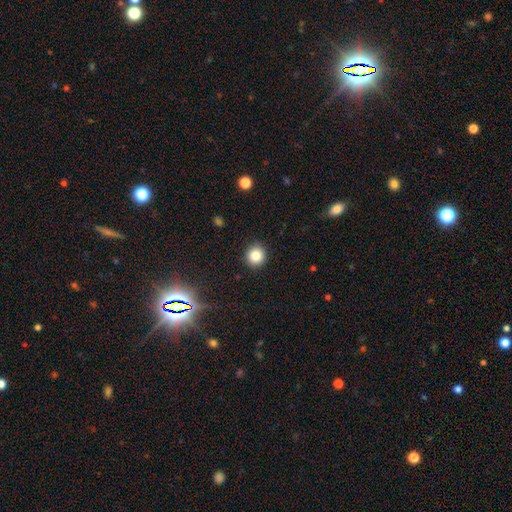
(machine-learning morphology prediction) A smooth galaxy with no disk features (82%) that is round (91%).

Vote fractions:
- Smooth or featured? smooth: 82% / star or artifact: 12% / featured or disk: 6%
- How rounded? round: 91% / in between: 8% / cigar-shaped: 1%
- Merging? none: 90% / minor disturbance: 6% / major disturbance: 2% / merger: 1%